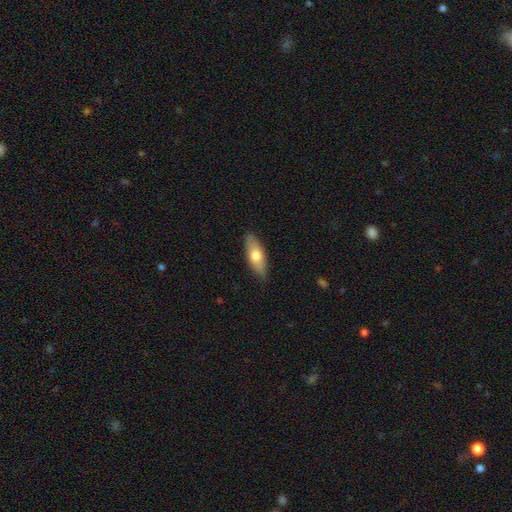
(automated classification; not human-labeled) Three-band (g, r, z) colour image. It shows a smooth galaxy with no disk features (65%) that is in between round and cigar-shaped (69%). Merging: none (85%).